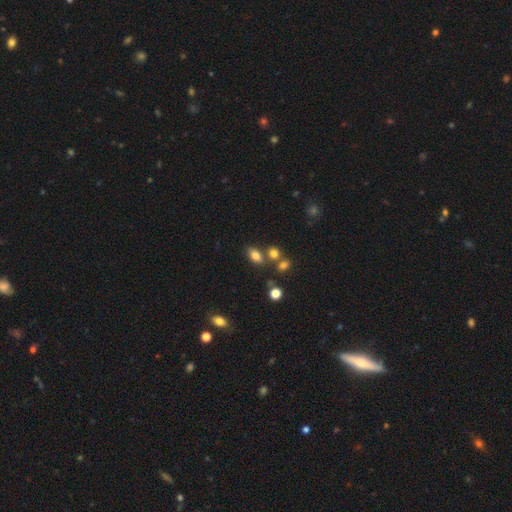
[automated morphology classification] This appears to be a smooth galaxy with no disk features (78%) that is in between round and cigar-shaped (85%). Merging: none (66%).